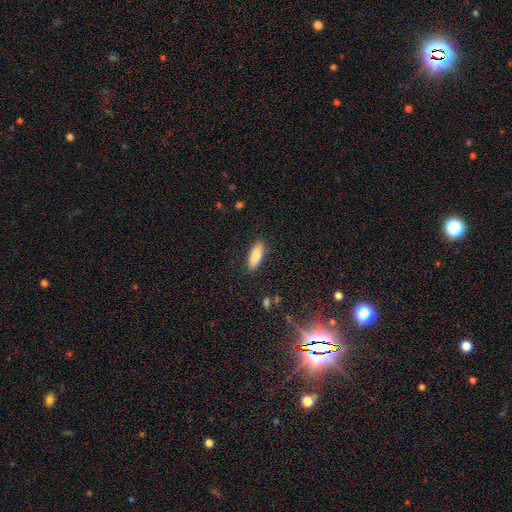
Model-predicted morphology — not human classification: smooth-or-featured: smooth: 87% | featured or disk: 7% | star or artifact: 6%
  how-rounded: in between: 70% | cigar-shaped: 28% | round: 2%
  merging: none: 86% | minor disturbance: 10% | major disturbance: 3% | merger: 1%